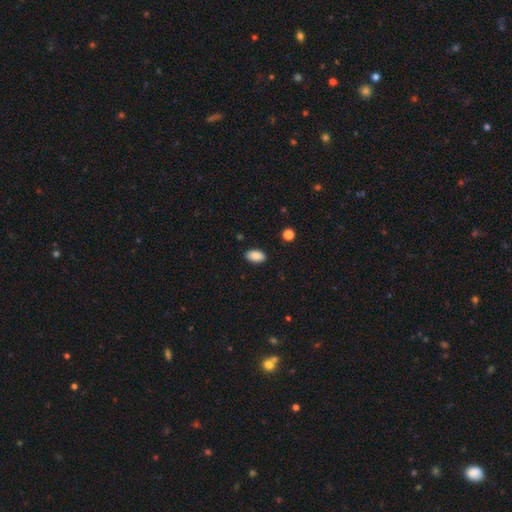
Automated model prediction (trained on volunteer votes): smooth-or-featured: smooth: 88% | star or artifact: 8% | featured or disk: 4%
  how-rounded: in between: 94% | round: 4% | cigar-shaped: 2%
  merging: none: 88% | minor disturbance: 9% | major disturbance: 2% | merger: 1%